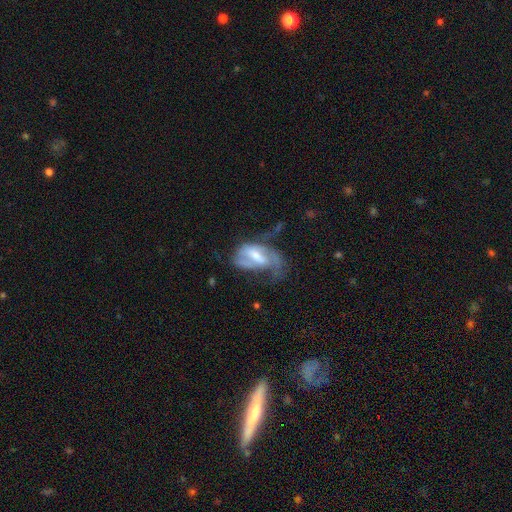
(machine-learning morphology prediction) Smooth or featured? Predicted: featured or disk (p=0.66). Edge-on disk? Predicted: no (p=0.94). Bar? Predicted: weak (p=0.44). Spiral arms? Predicted: yes (p=0.70). Bulge size? Predicted: moderate (p=0.48). Merging? Predicted: major disturbance (p=0.42).